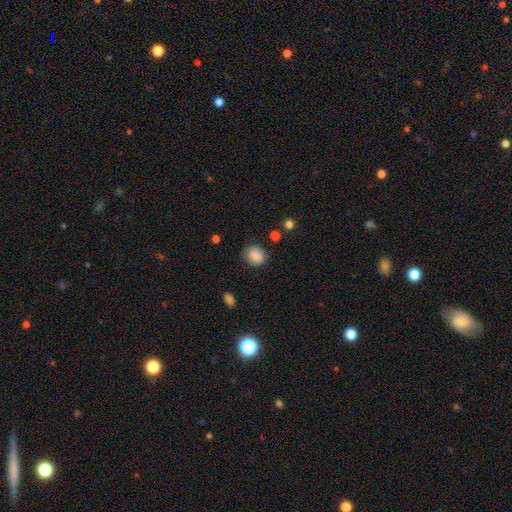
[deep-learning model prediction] smooth 85%, star or artifact 9%, featured or disk 6%. Down the decision tree: how rounded — round (67%); merging — none (77%).